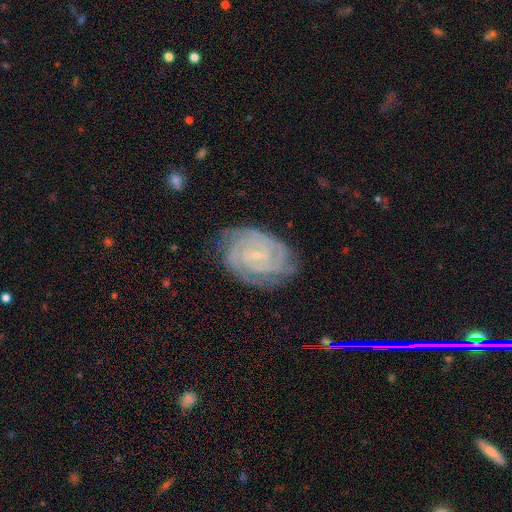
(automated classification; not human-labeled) This appears to be a featured or disk galaxy (89%) with no bar (49%), 2 (36%) tight (82%) spiral arms (99%) and a small central bulge (83%). Merging: none (80%).